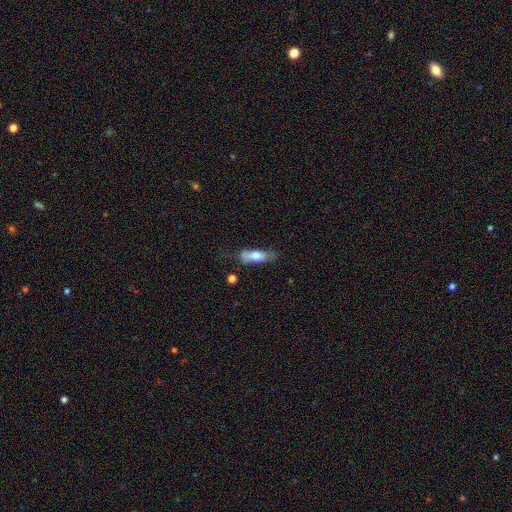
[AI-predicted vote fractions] Overall: smooth (62%; featured or disk 31%). How rounded: in between (55%; cigar-shaped 42%). Merging: none (55%; minor disturbance 28%).